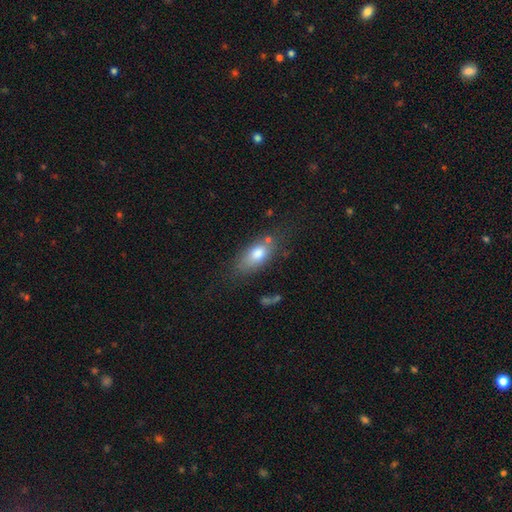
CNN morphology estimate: smooth_or_featured: smooth (p=0.75) [alt: featured or disk p=0.16]
how_rounded: in between (p=0.80) [alt: cigar-shaped p=0.12]
merging: none (p=0.63) [alt: minor disturbance p=0.22]